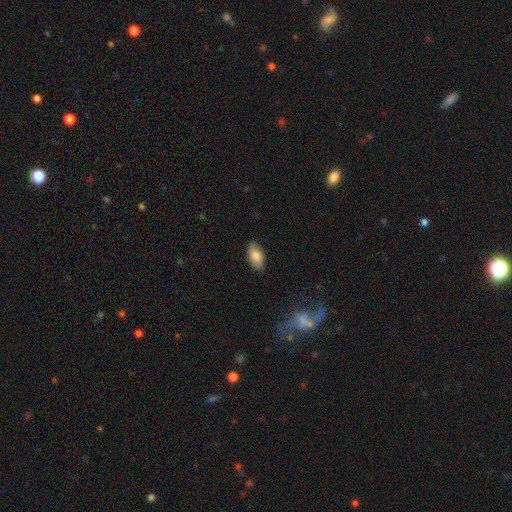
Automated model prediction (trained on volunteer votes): Overall: smooth (83%). How rounded: in between (94%). Merging: none (86%).